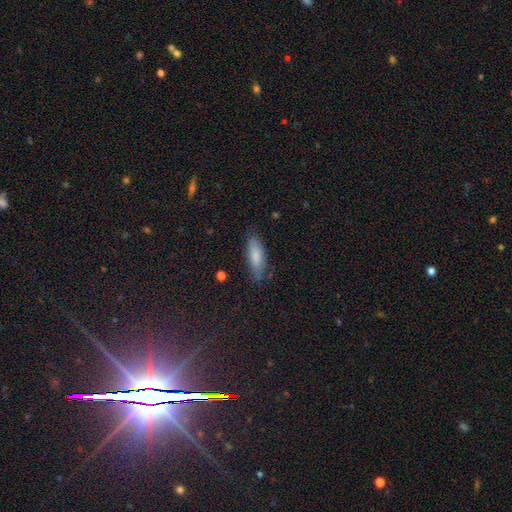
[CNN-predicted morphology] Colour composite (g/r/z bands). It shows a smooth galaxy with no disk features (80%) that is in between round and cigar-shaped (65%). Merging: none (75%).